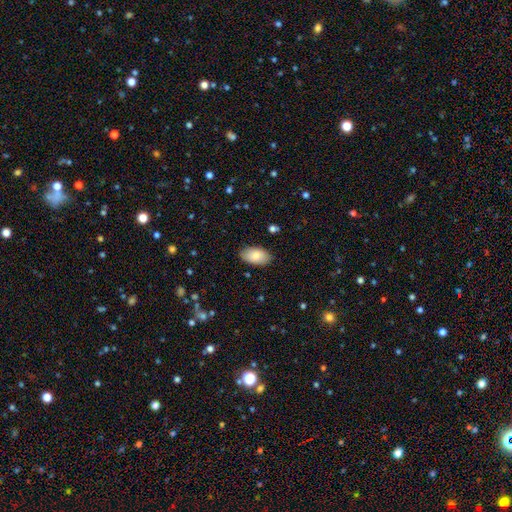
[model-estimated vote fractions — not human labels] Smooth or featured? Predicted: smooth (p=0.82). How rounded? Predicted: in between (p=0.95). Merging? Predicted: none (p=0.85).